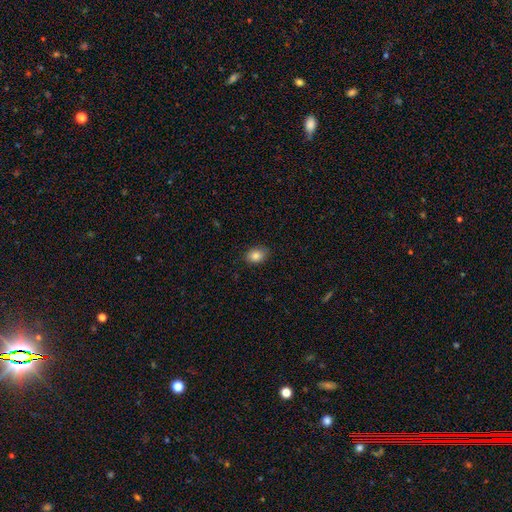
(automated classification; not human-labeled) A smooth galaxy with no disk features (85%) that is in between round and cigar-shaped (76%).

Vote fractions:
- Smooth or featured? smooth: 85% / star or artifact: 9% / featured or disk: 6%
- How rounded? in between: 76% / round: 23% / cigar-shaped: 1%
- Merging? none: 85% / minor disturbance: 12% / major disturbance: 2% / merger: 1%